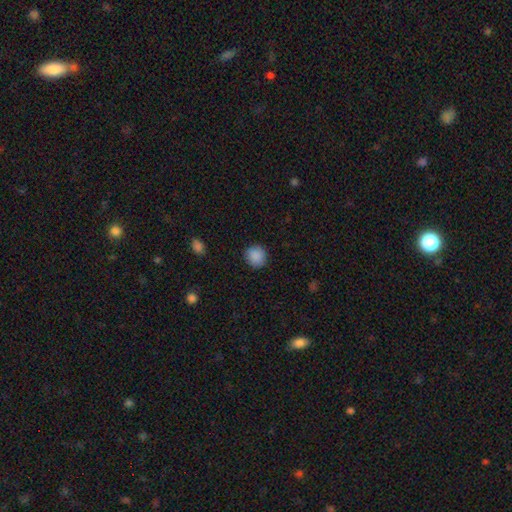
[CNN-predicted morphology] smooth_or_featured: smooth (p=0.88) [alt: star or artifact p=0.08]
how_rounded: round (p=0.89) [alt: in between p=0.10]
merging: none (p=0.88) [alt: minor disturbance p=0.08]